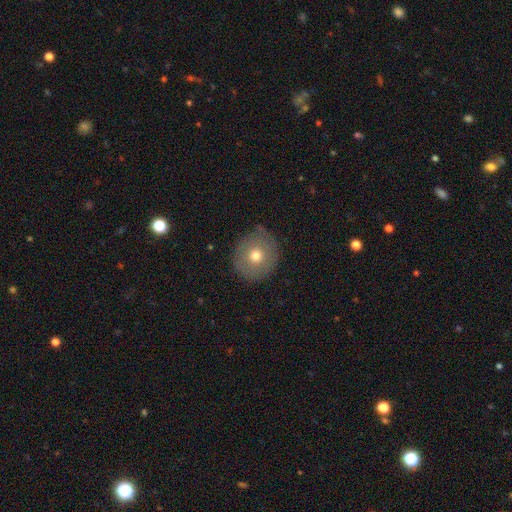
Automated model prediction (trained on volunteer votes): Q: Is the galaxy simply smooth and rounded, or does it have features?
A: smooth — 67%.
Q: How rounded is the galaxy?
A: round — 88%.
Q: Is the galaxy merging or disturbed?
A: none — 83%.